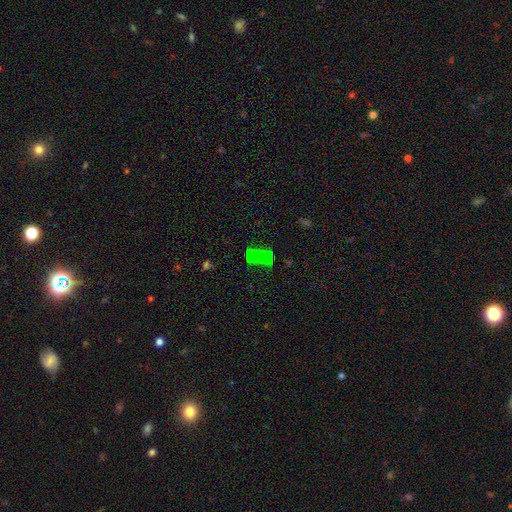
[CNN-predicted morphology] Smooth or featured: star or artifact — 42% (smooth — 35%)